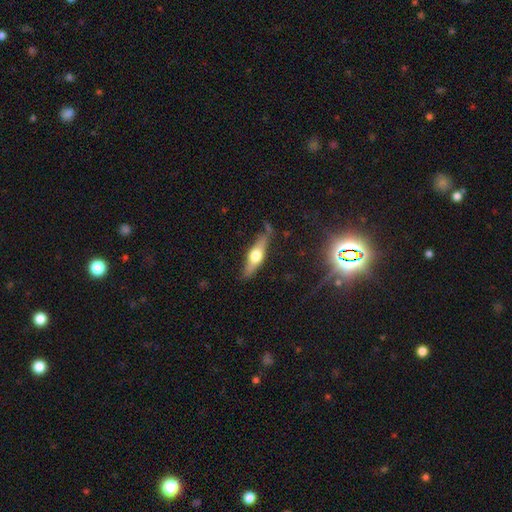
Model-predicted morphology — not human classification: Smooth or featured? featured or disk (56%)
Edge-on disk? yes (92%)
Edge-on bulge? rounded (94%)
Merging? none (80%)